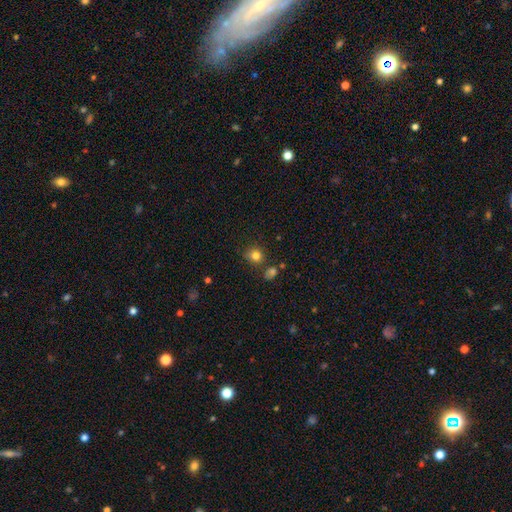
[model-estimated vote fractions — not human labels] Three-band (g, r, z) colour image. It shows a smooth galaxy with no disk features (80%) that is round (82%). Merging: none (72%).